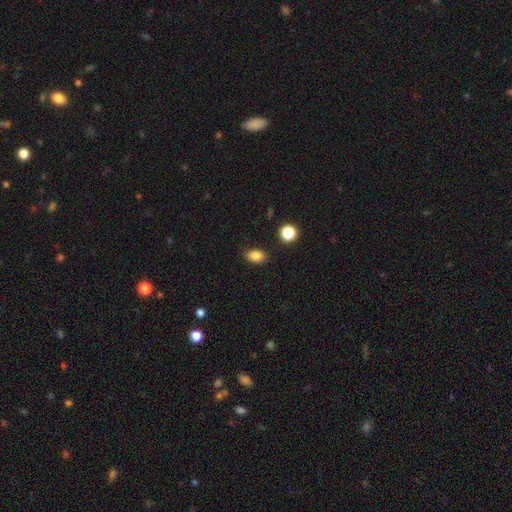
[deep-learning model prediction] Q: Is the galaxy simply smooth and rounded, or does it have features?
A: smooth — 85%.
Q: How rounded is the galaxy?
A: in between — 78%.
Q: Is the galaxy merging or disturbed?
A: none — 85%.